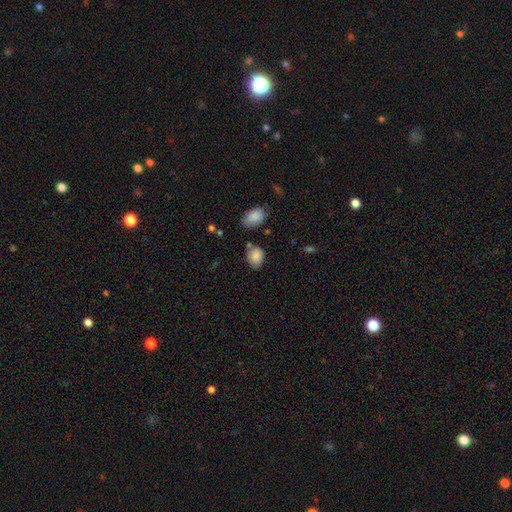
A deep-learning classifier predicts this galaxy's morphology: smooth 86%, star or artifact 9%, featured or disk 5%. Down the decision tree: how rounded — in between (60%); merging — none (67%).